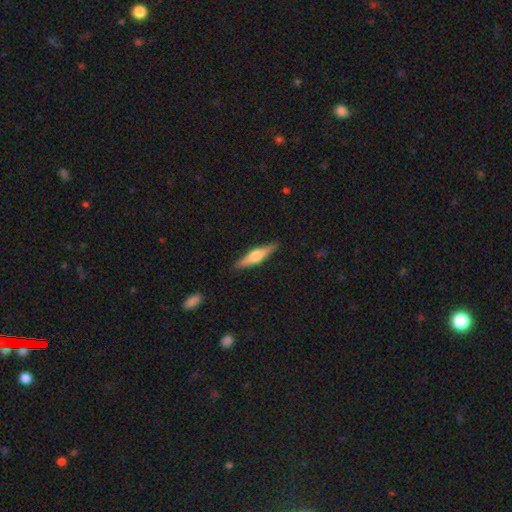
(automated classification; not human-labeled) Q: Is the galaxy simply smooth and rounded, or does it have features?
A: featured or disk — 61%.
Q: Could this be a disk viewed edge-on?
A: yes — 97%.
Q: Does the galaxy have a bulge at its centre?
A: rounded — 89%.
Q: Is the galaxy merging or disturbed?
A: none — 90%.